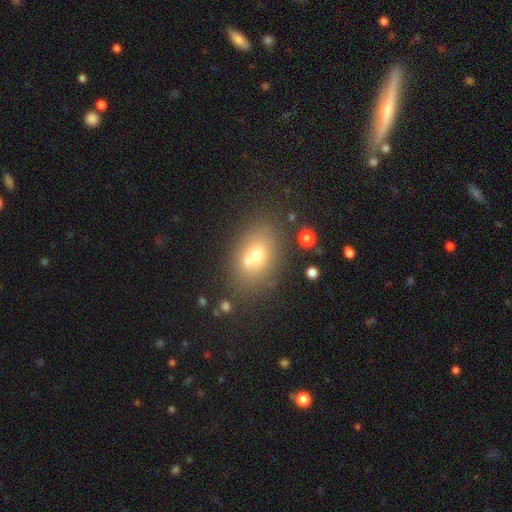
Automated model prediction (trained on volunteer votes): smooth_or_featured: smooth (p=0.65) [alt: featured or disk p=0.21]
how_rounded: in between (p=0.72) [alt: round p=0.26]
merging: none (p=0.56) [alt: merger p=0.26]